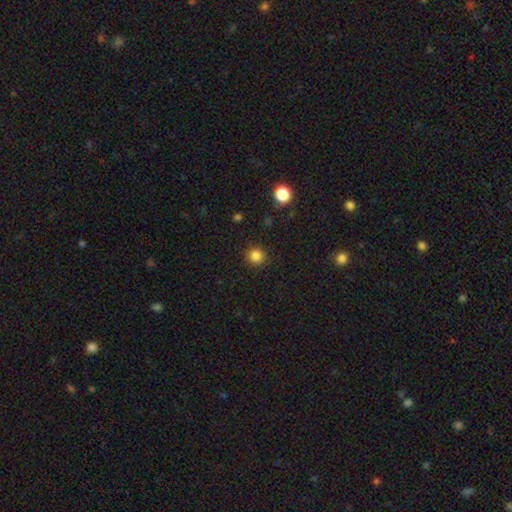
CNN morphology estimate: Smooth or featured?
  - smooth: 84% *
  - star or artifact: 12%
  - featured or disk: 4%
How rounded?
  - round: 93% *
  - in between: 6%
  - cigar-shaped: 1%
Merging?
  - none: 90% *
  - minor disturbance: 7%
  - major disturbance: 2%
  - merger: 1%